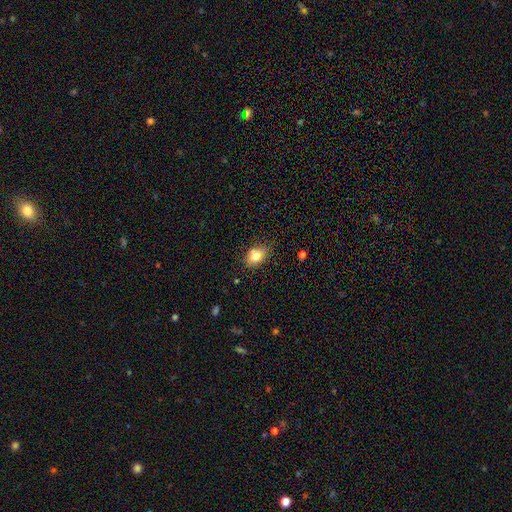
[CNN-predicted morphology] smooth_or_featured: smooth (p=0.80) [alt: featured or disk p=0.10]
how_rounded: in between (p=0.74) [alt: round p=0.24]
merging: none (p=0.73) [alt: minor disturbance p=0.21]